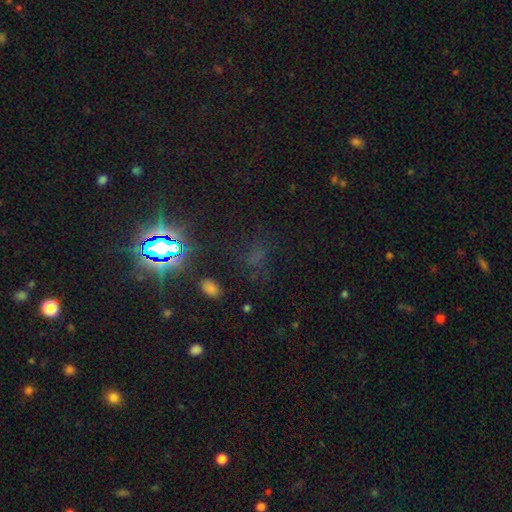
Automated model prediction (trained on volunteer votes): A star or artifact, not a galaxy (57%).